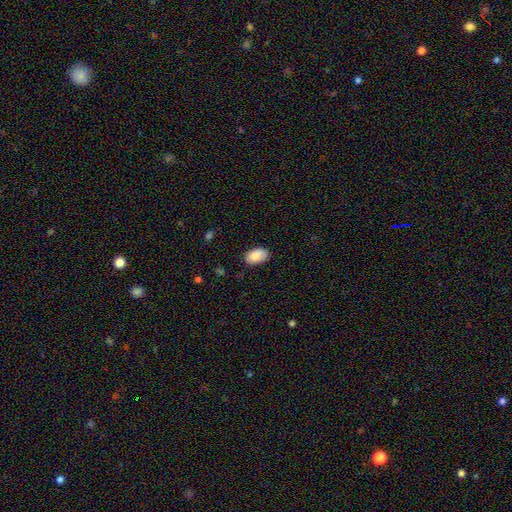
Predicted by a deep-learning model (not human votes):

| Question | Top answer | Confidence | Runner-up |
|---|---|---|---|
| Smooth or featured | smooth | 85% | featured or disk (8%) |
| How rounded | in between | 93% | round (5%) |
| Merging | none | 80% | minor disturbance (17%) |